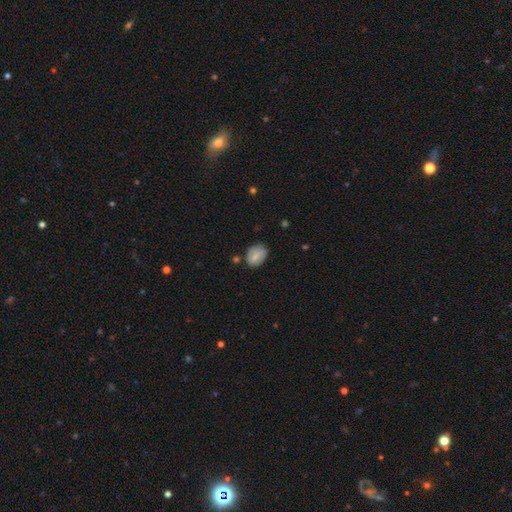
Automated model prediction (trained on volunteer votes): smooth-or-featured: smooth: 72% | featured or disk: 20% | star or artifact: 8%
  how-rounded: in between: 70% | round: 29% | cigar-shaped: 1%
  merging: none: 67% | minor disturbance: 24% | major disturbance: 6% | merger: 4%